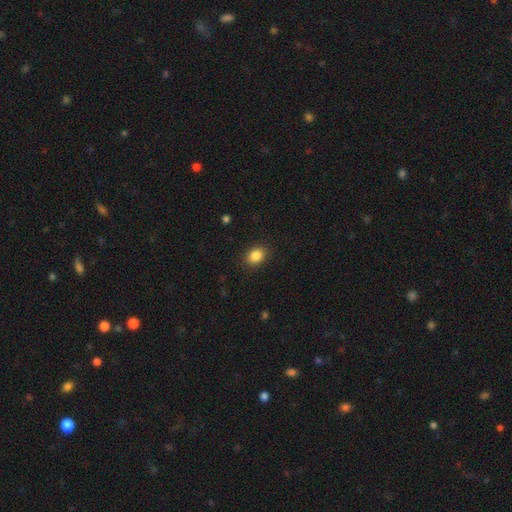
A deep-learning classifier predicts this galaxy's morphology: Q: Smooth or featured?
A: smooth (86%); runner-up: star or artifact (9%)
Q: How rounded?
A: in between (60%); runner-up: round (39%)
Q: Merging?
A: none (88%); runner-up: minor disturbance (9%)